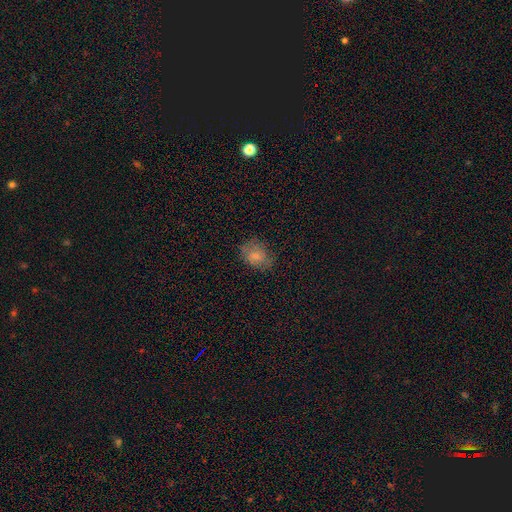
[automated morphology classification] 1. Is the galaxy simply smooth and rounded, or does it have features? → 77% smooth, 13% featured or disk, 10% star or artifact.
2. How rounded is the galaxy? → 59% in between, 39% round, 1% cigar-shaped.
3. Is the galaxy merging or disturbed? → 70% none, 22% minor disturbance, 7% major disturbance, 1% merger.